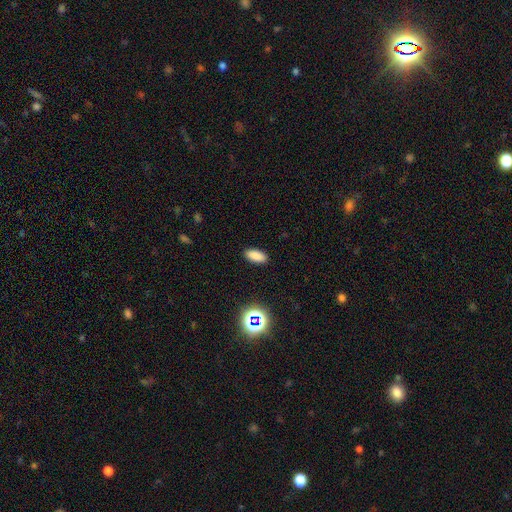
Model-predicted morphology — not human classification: This is clearly a smooth galaxy (84%). How rounded: clearly in between (87%). Merging: clearly none (90%).